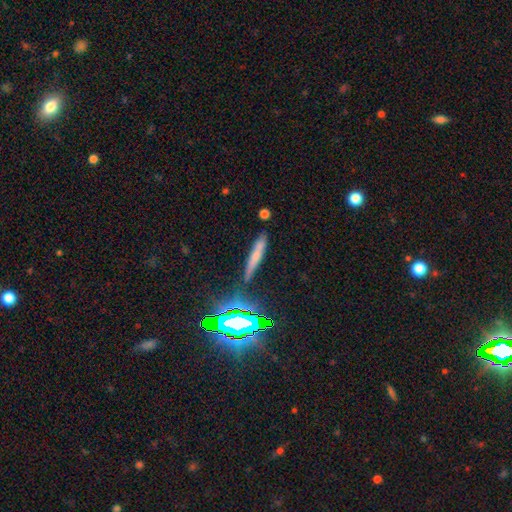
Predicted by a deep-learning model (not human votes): Smooth or featured: smooth — 53% (featured or disk — 27%)
How rounded: cigar-shaped — 89% (in between — 8%)
Merging: none — 77% (minor disturbance — 14%)